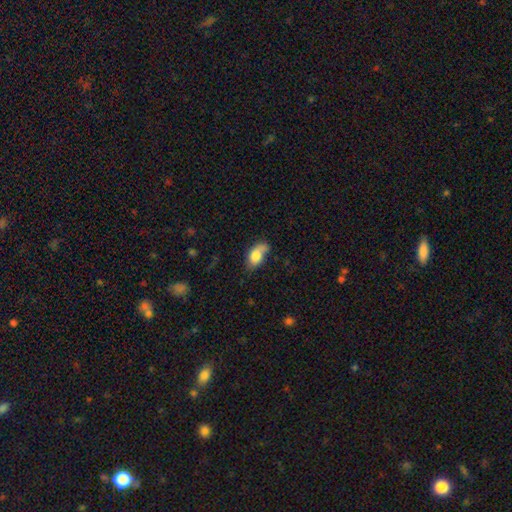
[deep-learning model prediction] This appears to be a smooth galaxy with no disk features (74%) that is in between round and cigar-shaped (90%). Merging: none (46%).